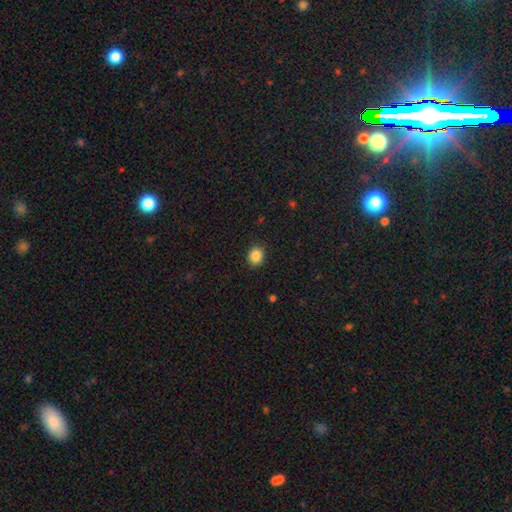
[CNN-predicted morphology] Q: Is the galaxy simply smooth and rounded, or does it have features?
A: smooth — 87%.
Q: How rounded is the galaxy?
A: round — 68%.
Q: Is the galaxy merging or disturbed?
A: none — 90%.